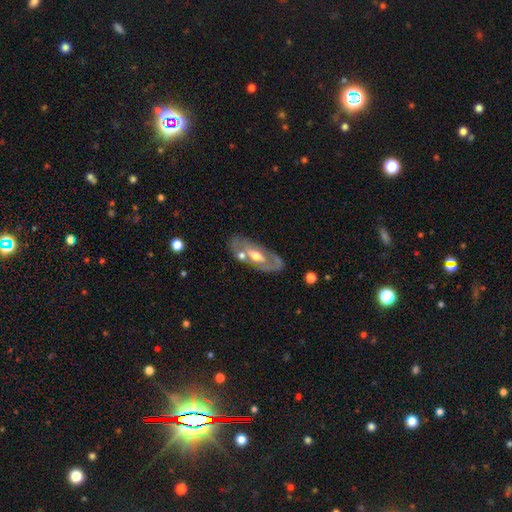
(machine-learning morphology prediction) smooth-or-featured: featured or disk: 68% | smooth: 26% | star or artifact: 5%
  disk-edge-on: no: 83% | yes: 17%
    bar: no: 57% | weak: 28% | strong: 15%
    has-spiral-arms: no: 60% | yes: 40%
    bulge-size: moderate: 71% | small: 16% | large: 11% | none: 1% | dominant: 1%
  merging: none: 67% | minor disturbance: 17% | merger: 10% | major disturbance: 6%